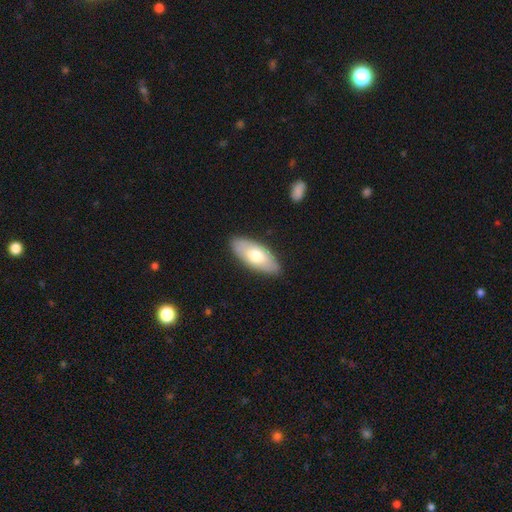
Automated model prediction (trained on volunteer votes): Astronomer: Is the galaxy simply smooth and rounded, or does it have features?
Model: smooth — 67%.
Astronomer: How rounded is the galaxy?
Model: in between — 87%.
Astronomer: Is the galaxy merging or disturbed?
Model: none — 86%.